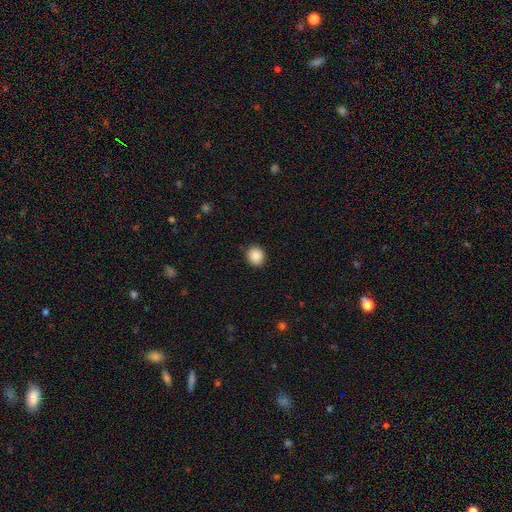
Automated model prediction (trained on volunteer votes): Smooth or featured?
  - smooth: 88% *
  - star or artifact: 9%
  - featured or disk: 3%
How rounded?
  - round: 80% *
  - in between: 19%
  - cigar-shaped: 1%
Merging?
  - none: 89% *
  - minor disturbance: 7%
  - major disturbance: 2%
  - merger: 1%